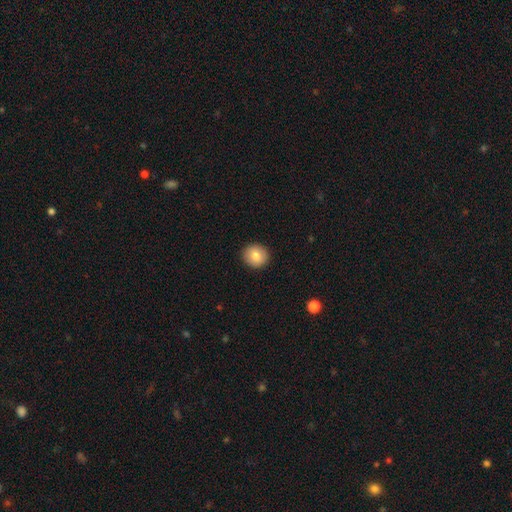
Volunteers were most divided on "smooth or featured": smooth: 90%, featured or disk: 8%, star or artifact: 3%. More confident: how rounded — round (97%); merging — none (89%).